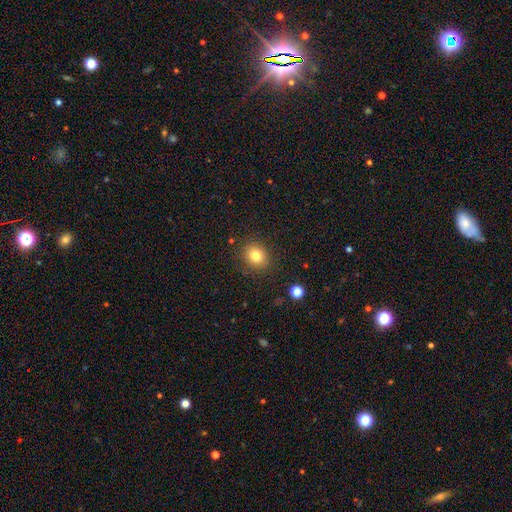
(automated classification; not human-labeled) Overall: smooth (81%). How rounded: round (73%). Merging: none (86%).